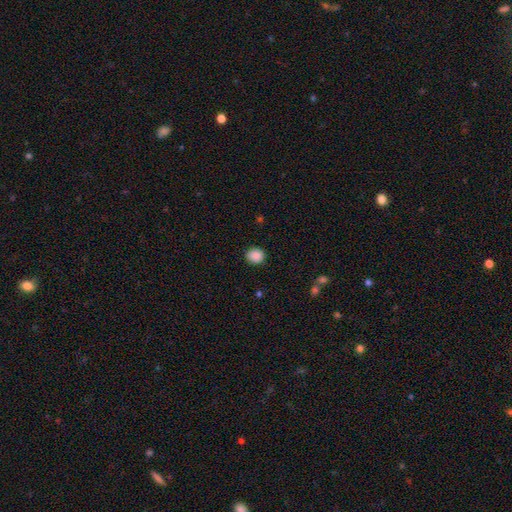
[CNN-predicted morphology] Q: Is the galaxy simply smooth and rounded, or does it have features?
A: smooth — 88%.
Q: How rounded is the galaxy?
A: round — 77%.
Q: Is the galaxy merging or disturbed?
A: none — 88%.